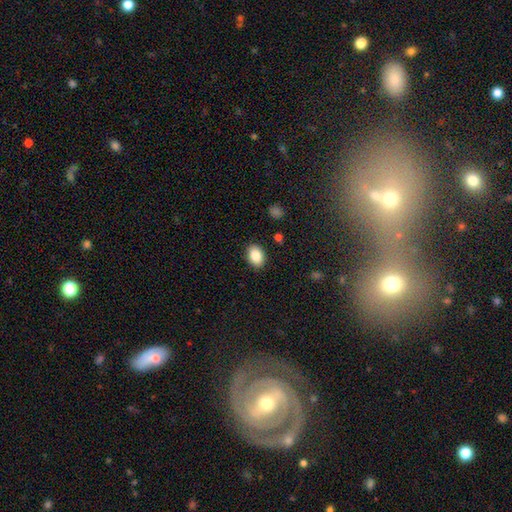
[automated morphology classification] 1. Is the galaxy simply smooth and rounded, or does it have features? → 87% smooth, 8% star or artifact, 5% featured or disk.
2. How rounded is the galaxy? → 79% in between, 20% round, 1% cigar-shaped.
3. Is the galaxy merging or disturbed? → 88% none, 9% minor disturbance, 2% major disturbance, 1% merger.